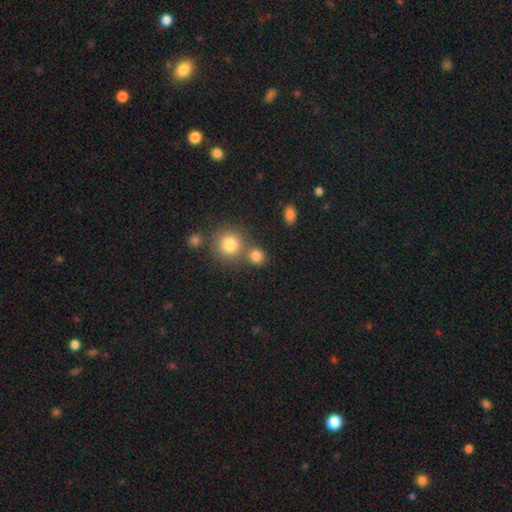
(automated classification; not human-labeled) Morphology: type=smooth (81%); roundness=round (84%); merging=none (62%).